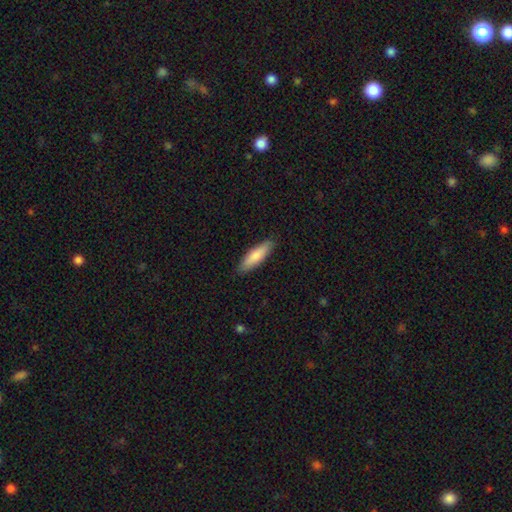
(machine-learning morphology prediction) smooth 80%, featured or disk 15%, star or artifact 5%. Down the decision tree: how rounded — cigar-shaped (61%); merging — none (88%).